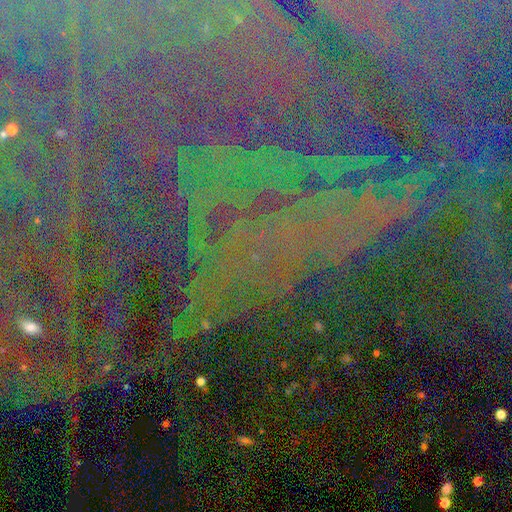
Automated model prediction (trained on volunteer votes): The model was most divided on "smooth or featured": star or artifact: 86%, featured or disk: 8%, smooth: 6%.